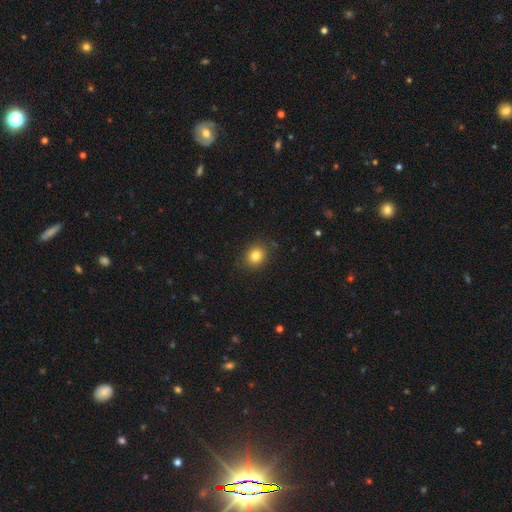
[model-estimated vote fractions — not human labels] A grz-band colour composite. It shows a smooth galaxy with no disk features (82%) that is round (70%). Merging: none (86%).